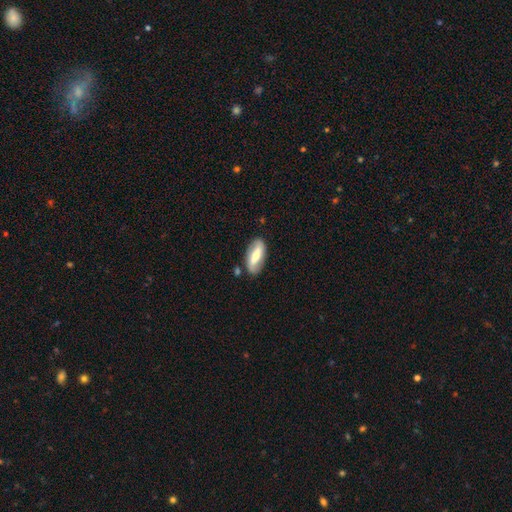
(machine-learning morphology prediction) This is possibly a featured or disk galaxy (50%). Merging: clearly none (81%).